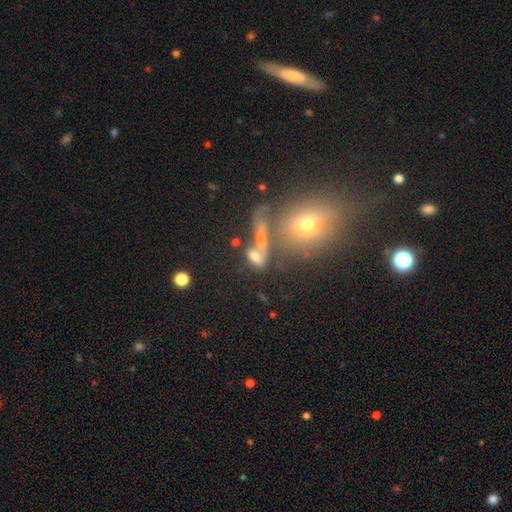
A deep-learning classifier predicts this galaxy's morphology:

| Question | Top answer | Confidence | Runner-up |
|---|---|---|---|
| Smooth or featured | smooth | 55% | featured or disk (26%) |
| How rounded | in between | 49% | cigar-shaped (27%) |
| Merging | none | 43% | merger (32%) |